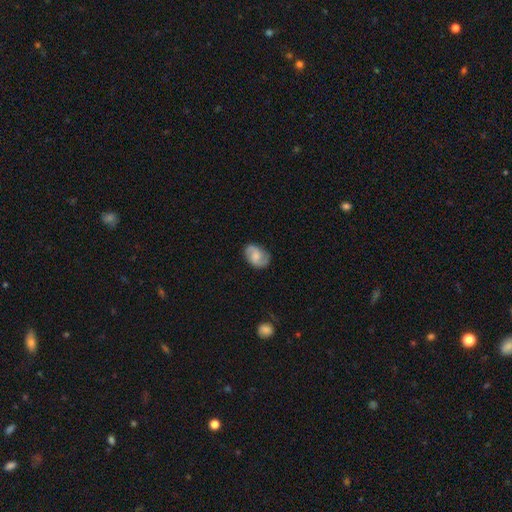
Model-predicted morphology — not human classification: Overall: featured or disk (67%). Edge-on disk: no (97%). Bar: no (49%; weak 43%). Spiral arms: yes (95%). Spiral arm count: 2 (90%). Spiral winding: medium (48%; loose 29%). Bulge size: moderate (33%; small 28%). Merging: none (80%).